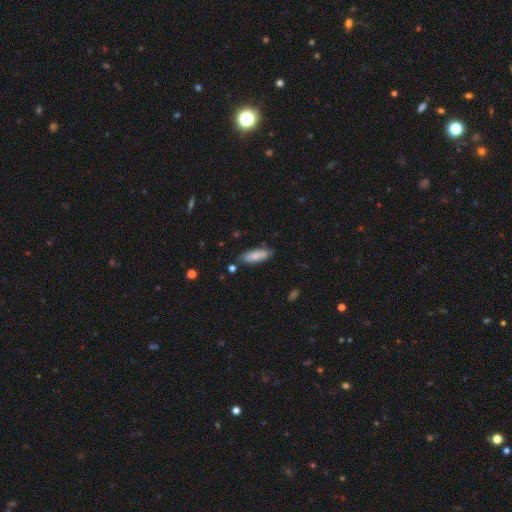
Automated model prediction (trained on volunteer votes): Smooth or featured? smooth (80%)
How rounded? in between (58%)
Merging? none (81%)